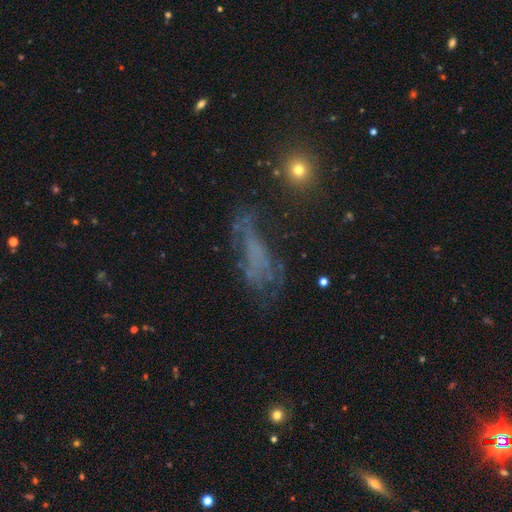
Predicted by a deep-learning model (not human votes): This appears to be a featured or disk galaxy (43%). Merging: none (38%).